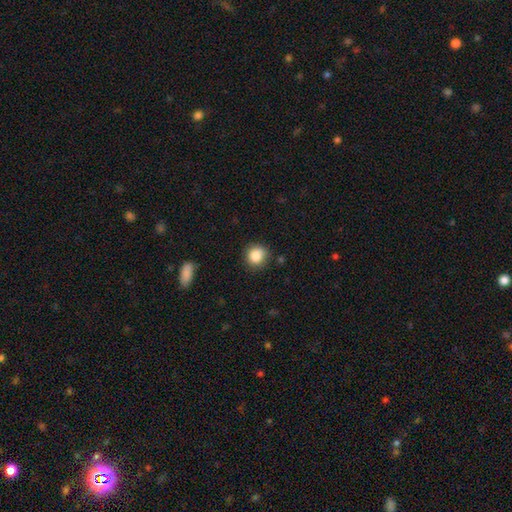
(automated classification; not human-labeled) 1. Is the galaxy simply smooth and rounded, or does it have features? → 85% smooth, 10% star or artifact, 5% featured or disk.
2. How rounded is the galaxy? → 87% round, 12% in between, 1% cigar-shaped.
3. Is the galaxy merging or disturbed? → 83% none, 12% minor disturbance, 3% major disturbance, 2% merger.